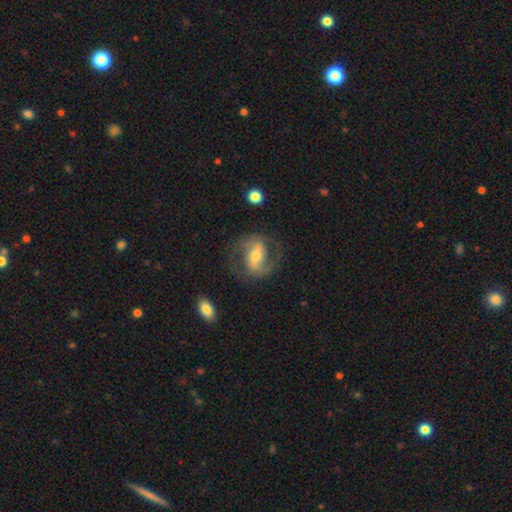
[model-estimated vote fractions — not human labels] This is clearly a featured or disk galaxy (80%). It is clearly not viewed edge-on (96%). Bar: possibly strong (45%). Spiral arm pattern: clearly yes (91%). Spiral arm count: clearly 2 (88%). Spiral winding: possibly medium (54%). Central bulge: likely moderate (62%). Merging: likely none (73%).